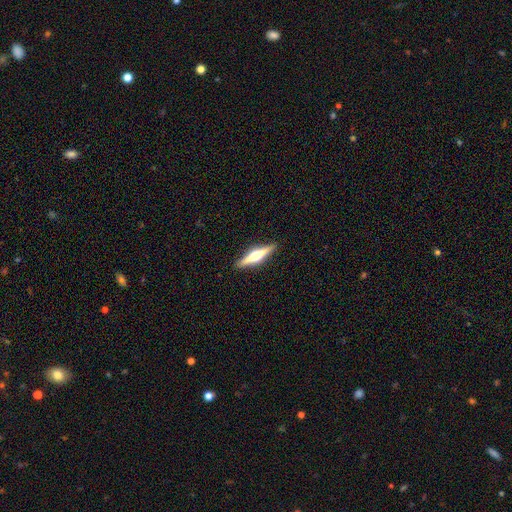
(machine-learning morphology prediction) A featured or disk galaxy (69%) viewed edge-on (98%) with a rounded central bulge (94%). Merging: none (91%).